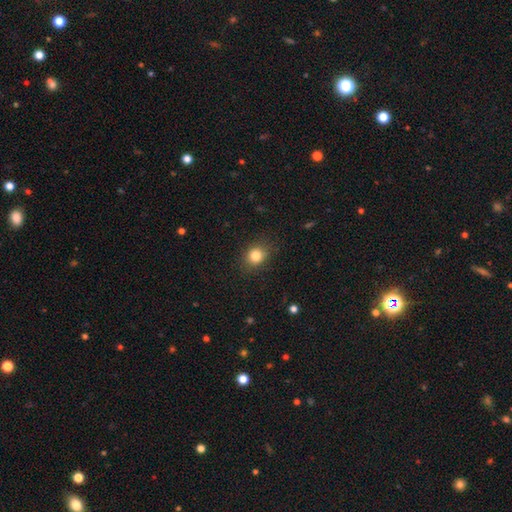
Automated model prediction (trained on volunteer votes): This is clearly a smooth galaxy (82%). How rounded: likely round (65%). Merging: clearly none (84%).